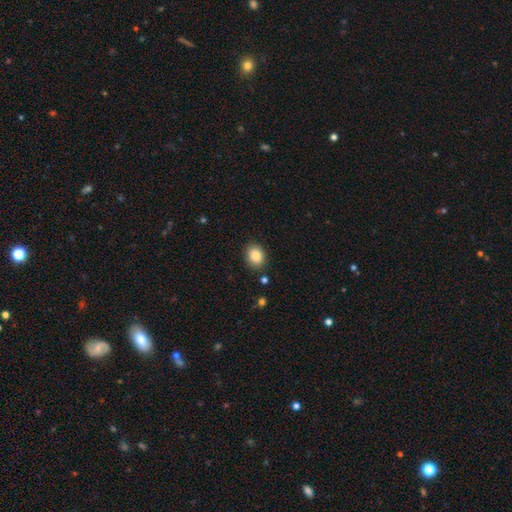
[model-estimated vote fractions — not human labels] This is clearly a smooth galaxy (86%). How rounded: possibly in between (53%). Merging: clearly none (86%).